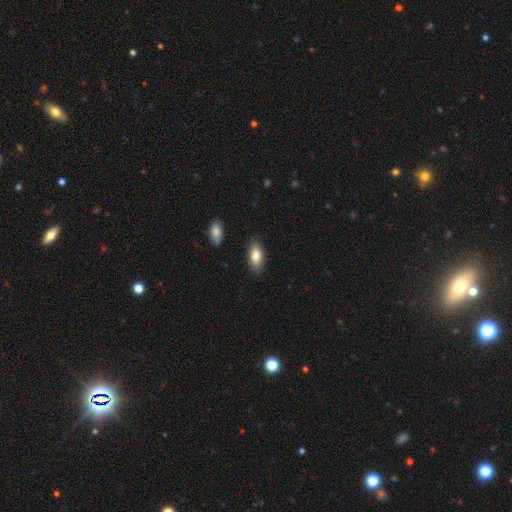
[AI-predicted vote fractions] Smooth or featured? smooth (84%)
How rounded? in between (89%)
Merging? none (86%)